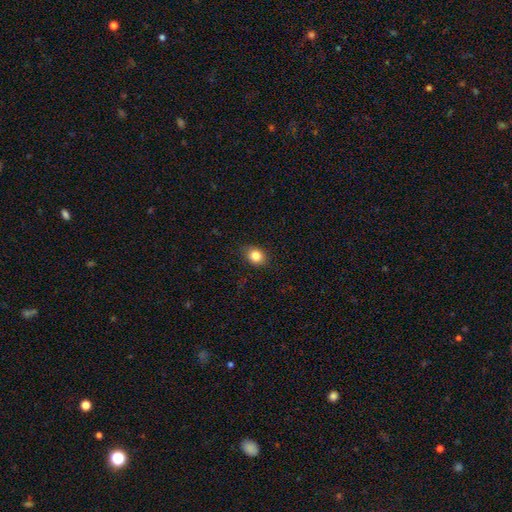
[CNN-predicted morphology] A smooth galaxy with no disk features (84%) that is in between round and cigar-shaped (52%). Merging: none (85%).